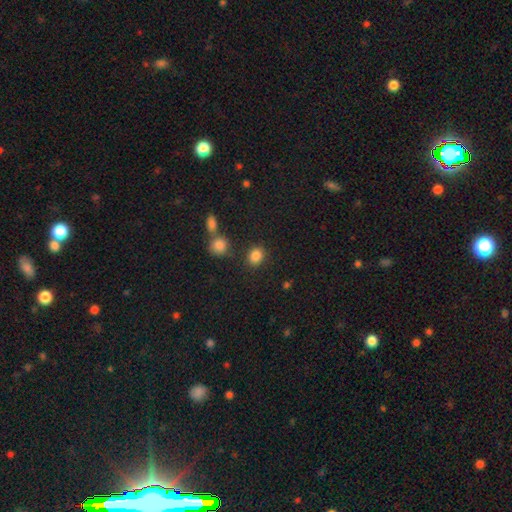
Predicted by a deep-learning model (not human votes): smooth_or_featured: smooth (p=0.84) [alt: star or artifact p=0.11]
how_rounded: round (p=0.57) [alt: in between p=0.42]
merging: none (p=0.80) [alt: minor disturbance p=0.10]